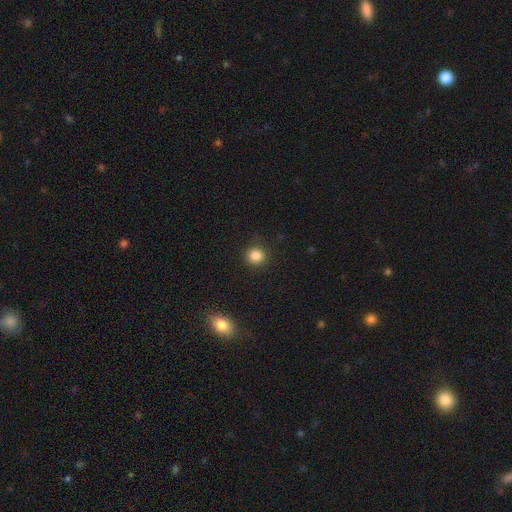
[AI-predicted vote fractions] This is clearly a smooth galaxy (85%). How rounded: clearly round (91%). Merging: clearly none (90%).